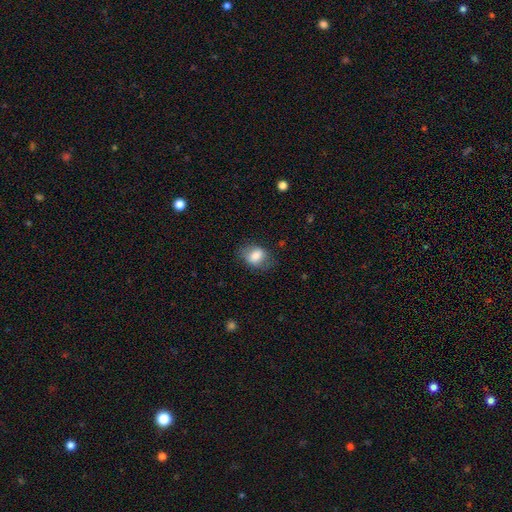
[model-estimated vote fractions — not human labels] Smooth or featured? Predicted: smooth (p=0.77). How rounded? Predicted: in between (p=0.72). Merging? Predicted: none (p=0.72).